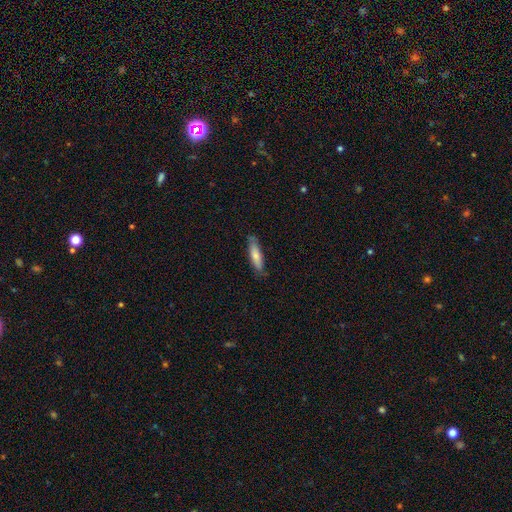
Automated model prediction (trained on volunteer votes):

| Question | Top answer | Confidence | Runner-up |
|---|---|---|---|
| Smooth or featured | smooth | 72% | featured or disk (23%) |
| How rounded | cigar-shaped | 68% | in between (31%) |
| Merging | none | 80% | minor disturbance (17%) |